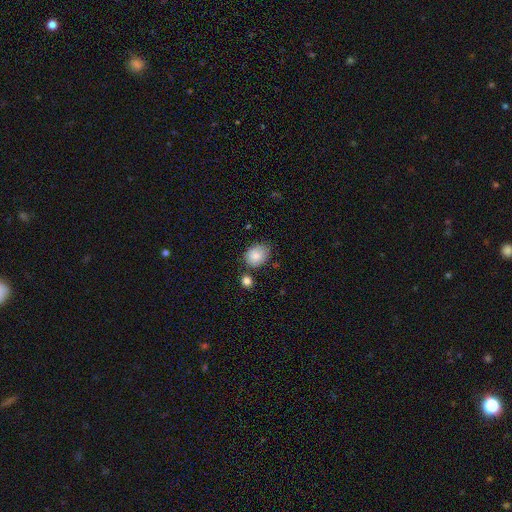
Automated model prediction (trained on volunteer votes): This is clearly a smooth galaxy (84%). How rounded: possibly in between (53%). Merging: likely none (67%).